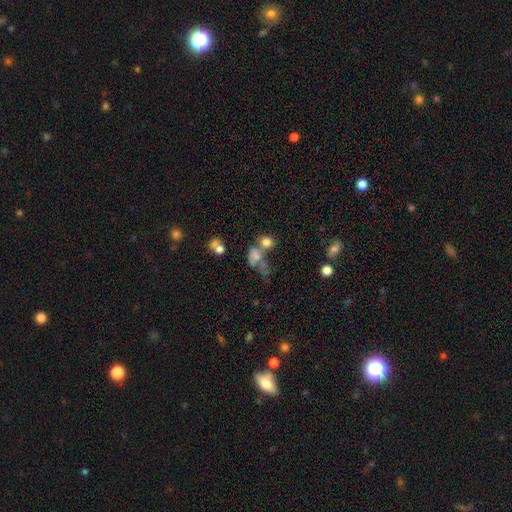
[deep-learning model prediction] Smooth or featured?
  - smooth: 60% *
  - featured or disk: 25%
  - star or artifact: 16%
How rounded?
  - in between: 57% *
  - round: 40%
  - cigar-shaped: 3%
Merging?
  - merger: 48% *
  - none: 21%
  - major disturbance: 19%
  - minor disturbance: 12%